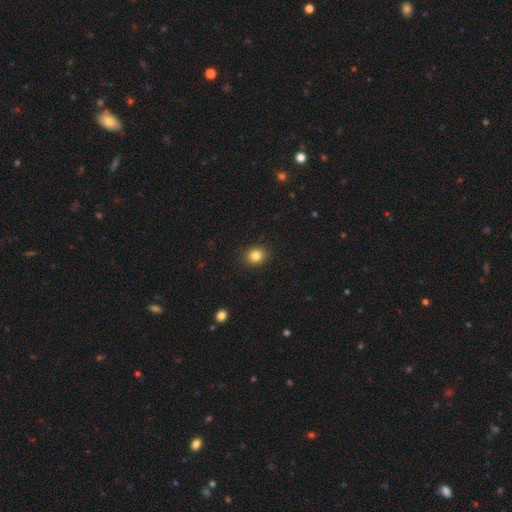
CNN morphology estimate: smooth_or_featured: smooth (p=0.83) [alt: star or artifact p=0.11]
how_rounded: round (p=0.69) [alt: in between p=0.31]
merging: none (p=0.90) [alt: minor disturbance p=0.07]